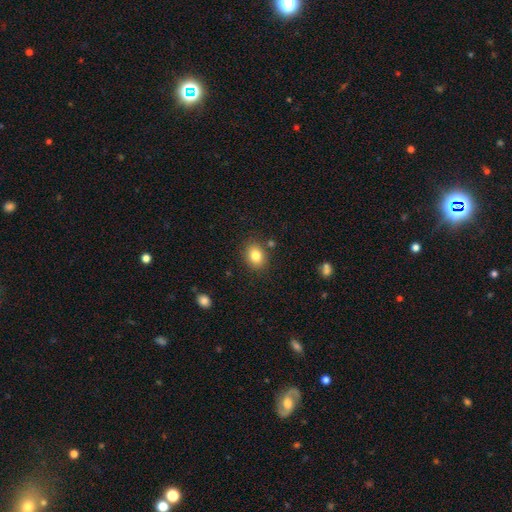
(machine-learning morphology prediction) A smooth galaxy with no disk features (82%) that is in between round and cigar-shaped (53%).

Vote fractions:
- Smooth or featured? smooth: 82% / star or artifact: 10% / featured or disk: 8%
- How rounded? in between: 53% / round: 46% / cigar-shaped: 1%
- Merging? none: 83% / minor disturbance: 10% / merger: 4% / major disturbance: 3%